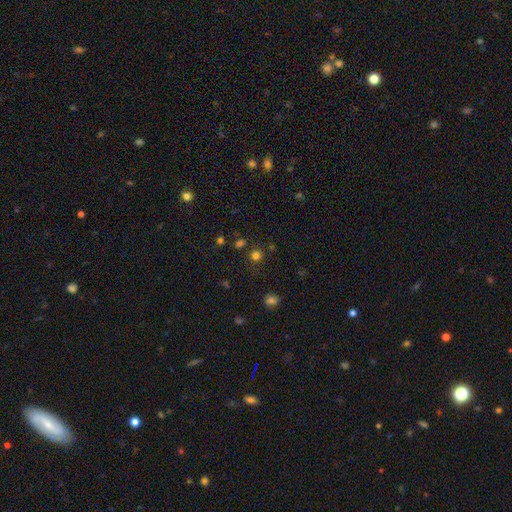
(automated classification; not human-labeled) Smooth or featured? smooth (71%)
How rounded? round (89%)
Merging? none (82%)